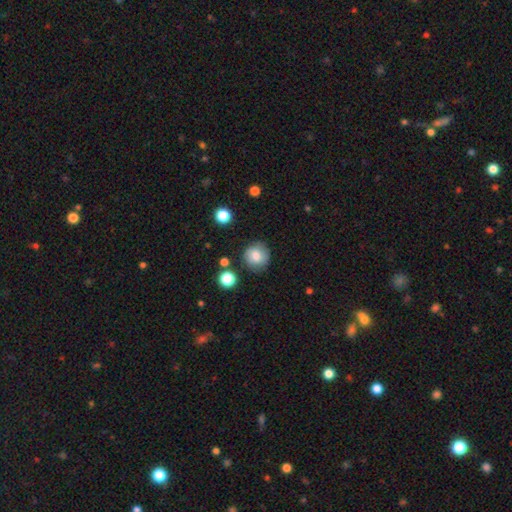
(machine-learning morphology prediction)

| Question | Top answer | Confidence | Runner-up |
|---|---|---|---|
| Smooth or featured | smooth | 77% | featured or disk (14%) |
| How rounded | round | 90% | in between (9%) |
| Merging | none | 80% | minor disturbance (13%) |